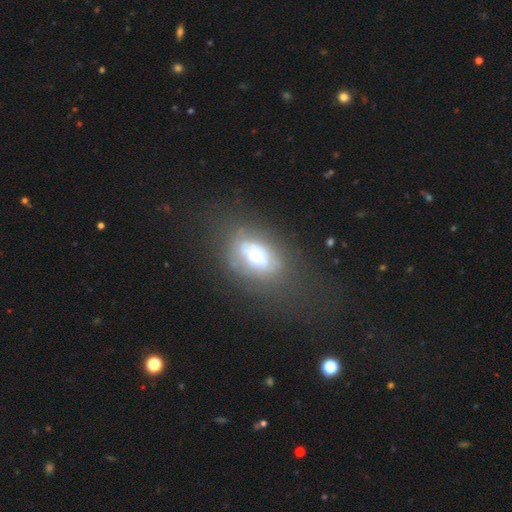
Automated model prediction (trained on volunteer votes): smooth-or-featured: featured or disk: 53% | smooth: 37% | star or artifact: 10%
  disk-edge-on: no: 90% | yes: 10%
  merging: none: 60% | minor disturbance: 21% | major disturbance: 17% | merger: 3%